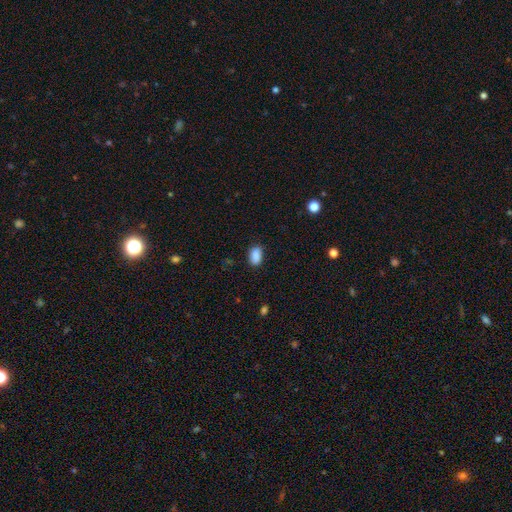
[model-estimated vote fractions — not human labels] The model was most divided on "merging": none: 82%, minor disturbance: 14%, major disturbance: 3%, merger: 1%. More confident: how rounded — in between (90%); smooth or featured — smooth (88%).